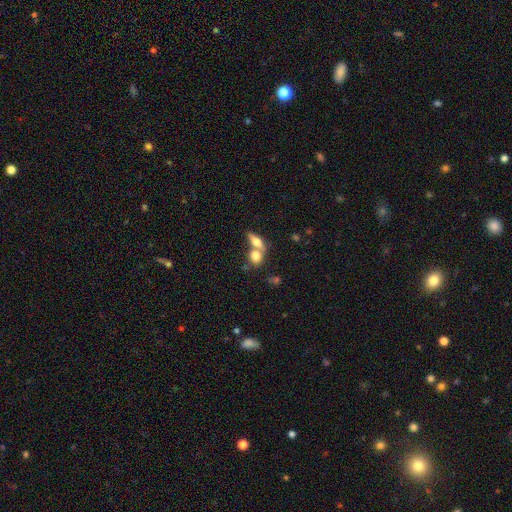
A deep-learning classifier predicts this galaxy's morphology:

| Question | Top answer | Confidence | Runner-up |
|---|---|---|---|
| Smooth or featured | smooth | 74% | featured or disk (18%) |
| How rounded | in between | 52% | round (39%) |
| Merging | merger | 55% | none (33%) |